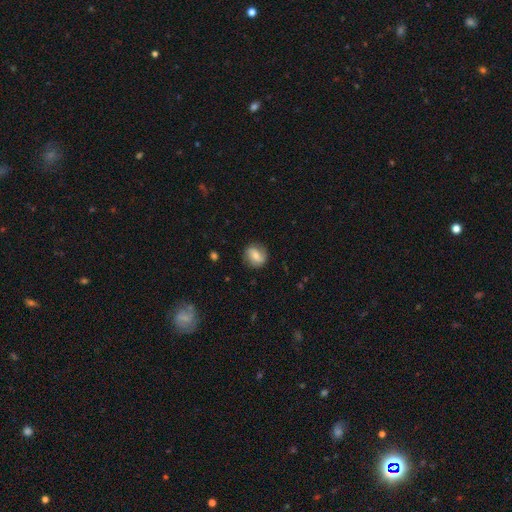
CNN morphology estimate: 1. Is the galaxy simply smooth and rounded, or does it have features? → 46% featured or disk, 45% smooth, 8% star or artifact.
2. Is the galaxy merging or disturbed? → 83% none, 12% minor disturbance, 4% major disturbance, 1% merger.